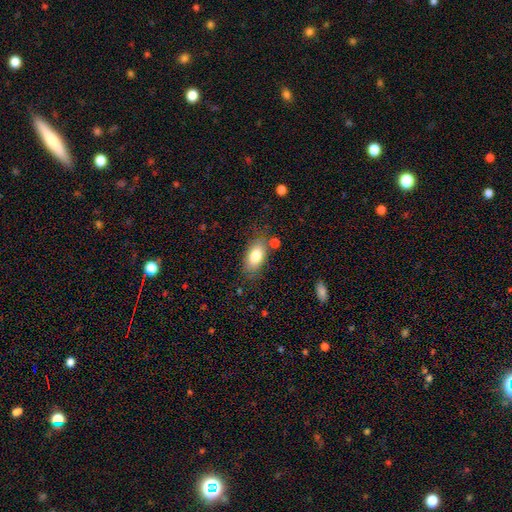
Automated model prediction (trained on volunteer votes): This is clearly a smooth galaxy (80%). How rounded: clearly in between (89%). Merging: likely none (75%).